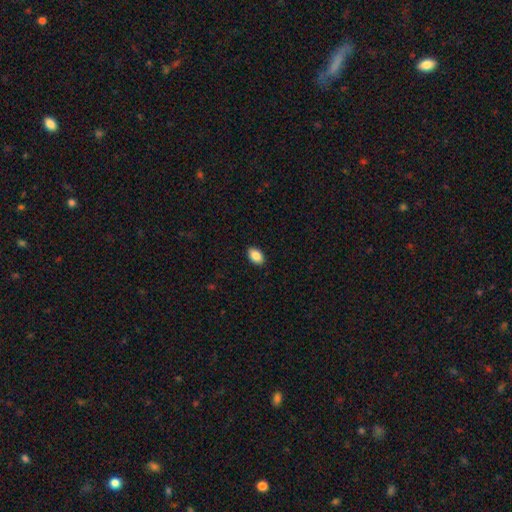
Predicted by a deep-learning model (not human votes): smooth 87%, star or artifact 7%, featured or disk 5%. Down the decision tree: how rounded — in between (91%); merging — none (90%).